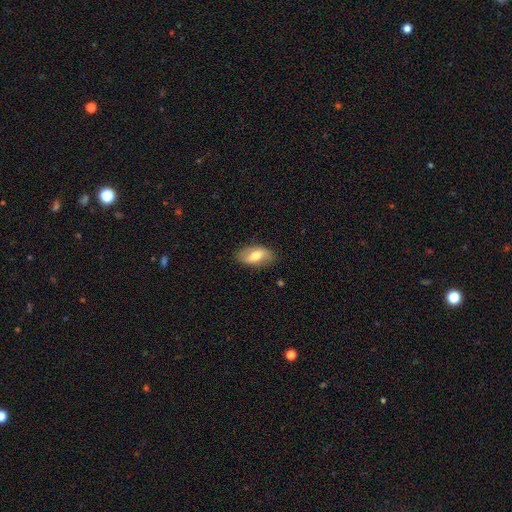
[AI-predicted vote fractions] The model was most divided on "smooth or featured": smooth: 61%, featured or disk: 32%, star or artifact: 7%. More confident: how rounded — in between (91%); merging — none (81%).